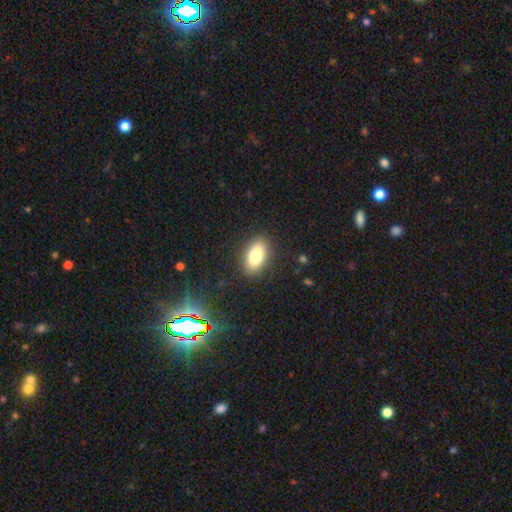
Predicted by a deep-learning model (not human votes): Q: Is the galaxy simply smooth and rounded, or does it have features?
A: smooth — 83%.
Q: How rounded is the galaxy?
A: in between — 91%.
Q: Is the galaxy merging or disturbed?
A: none — 88%.